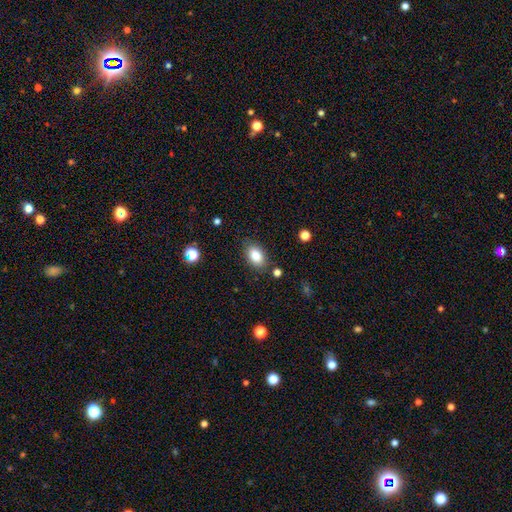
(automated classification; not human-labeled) smooth 84%, star or artifact 9%, featured or disk 8%. Down the decision tree: how rounded — in between (87%); merging — none (83%).